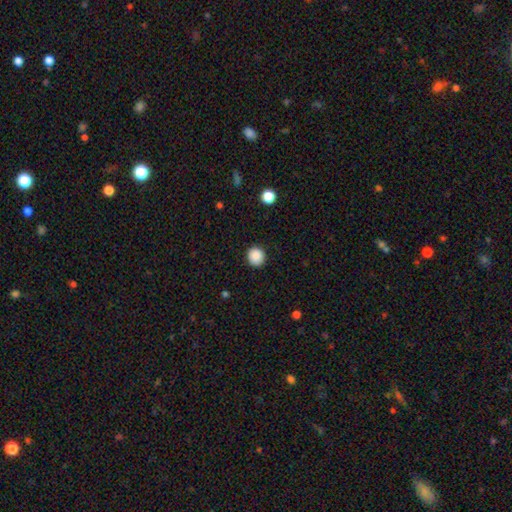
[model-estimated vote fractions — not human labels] Overall: smooth (88%). How rounded: round (90%). Merging: none (91%).